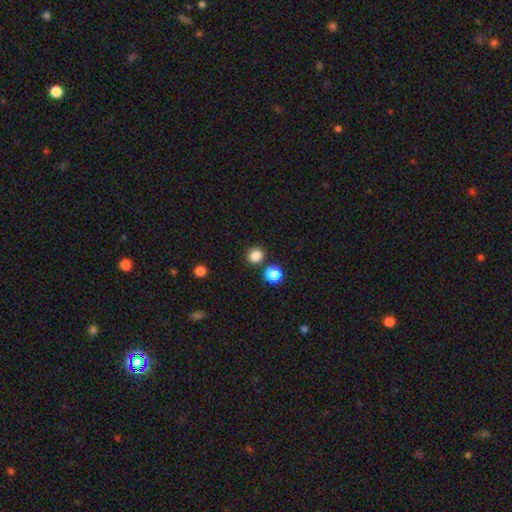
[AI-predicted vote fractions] The model was most divided on "smooth or featured": smooth: 84%, star or artifact: 12%, featured or disk: 3%. More confident: how rounded — round (87%); merging — none (85%).